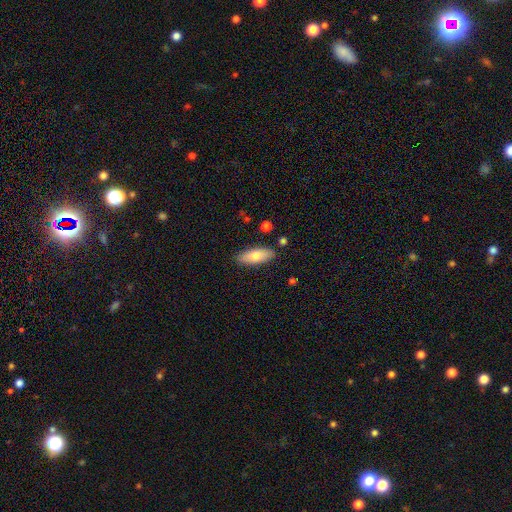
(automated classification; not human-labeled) smooth_or_featured: smooth (p=0.78) [alt: featured or disk p=0.16]
how_rounded: in between (p=0.74) [alt: cigar-shaped p=0.24]
merging: none (p=0.85) [alt: minor disturbance p=0.10]